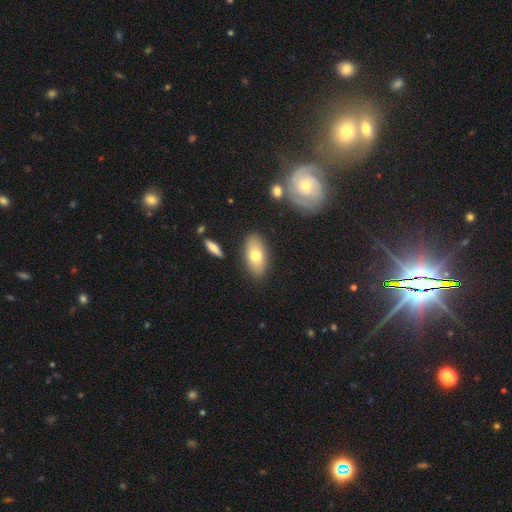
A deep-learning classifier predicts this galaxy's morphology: type=smooth (71%); roundness=in between (91%); merging=none (83%).